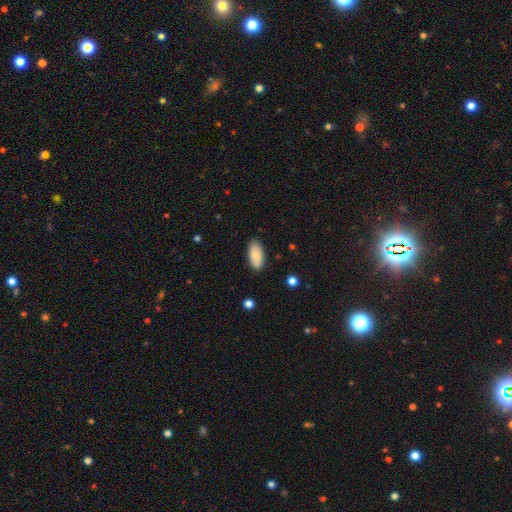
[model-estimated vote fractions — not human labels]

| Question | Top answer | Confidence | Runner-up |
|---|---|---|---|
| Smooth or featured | smooth | 83% | featured or disk (11%) |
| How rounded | in between | 92% | cigar-shaped (6%) |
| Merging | none | 85% | minor disturbance (12%) |